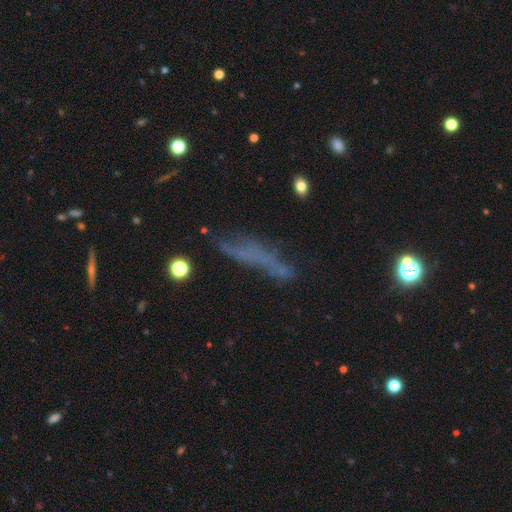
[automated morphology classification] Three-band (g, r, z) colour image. It shows a smooth galaxy with no disk features (45%). Merging: none (52%).